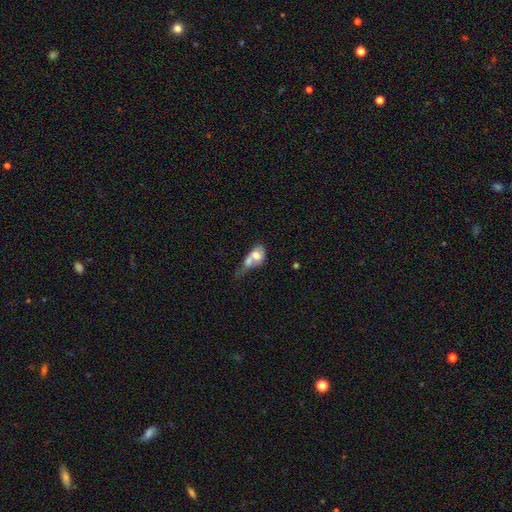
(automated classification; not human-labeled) A smooth galaxy with no disk features (62%) that is in between round and cigar-shaped (72%). Merging: merger (61%).